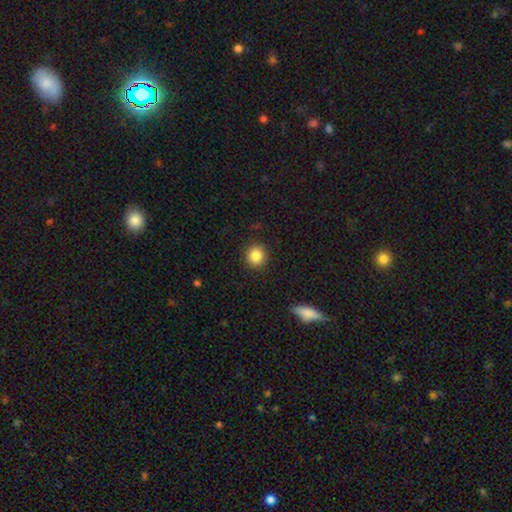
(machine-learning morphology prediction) Smooth or featured?
  - smooth: 87% *
  - star or artifact: 9%
  - featured or disk: 4%
How rounded?
  - round: 87% *
  - in between: 12%
  - cigar-shaped: 1%
Merging?
  - none: 90% *
  - minor disturbance: 7%
  - major disturbance: 2%
  - merger: 1%